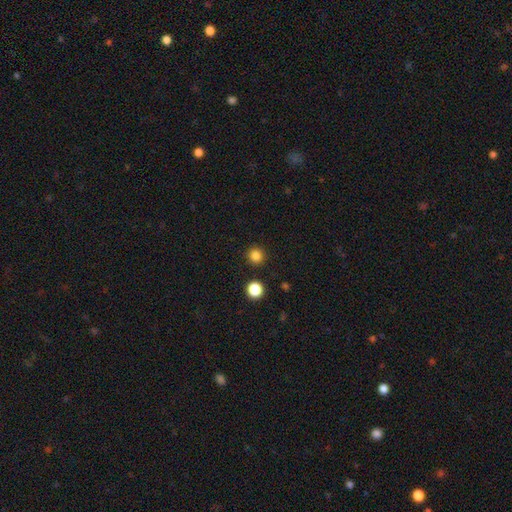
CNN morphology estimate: smooth_or_featured: smooth (p=0.83) [alt: star or artifact p=0.13]
how_rounded: round (p=0.95) [alt: in between p=0.04]
merging: none (p=0.91) [alt: minor disturbance p=0.05]